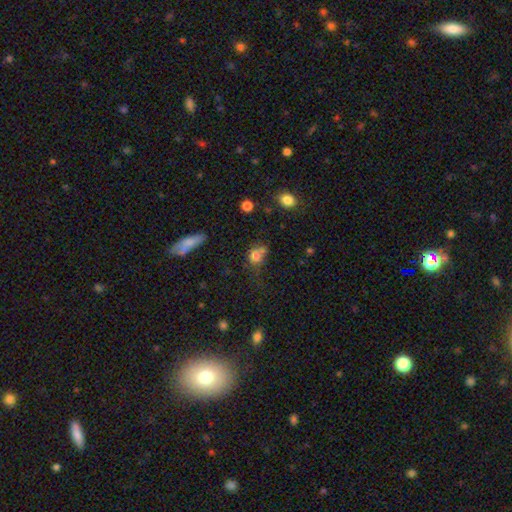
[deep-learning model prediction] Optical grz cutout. It shows a smooth galaxy with no disk features (75%) that is round (59%). Merging: none (39%).